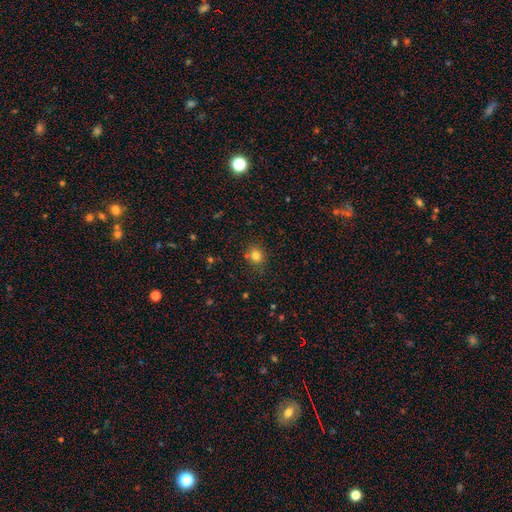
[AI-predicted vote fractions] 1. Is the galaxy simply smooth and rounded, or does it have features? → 79% smooth, 14% star or artifact, 7% featured or disk.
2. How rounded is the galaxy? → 81% round, 18% in between, 1% cigar-shaped.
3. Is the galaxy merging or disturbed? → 78% none, 11% minor disturbance, 8% merger, 3% major disturbance.